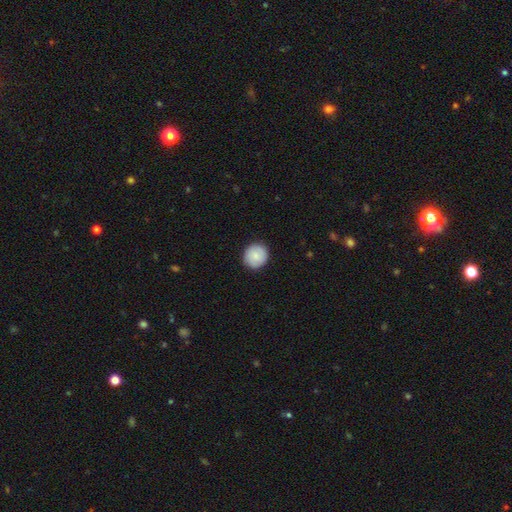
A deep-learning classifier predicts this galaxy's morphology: Smooth or featured? Predicted: smooth (p=0.85). How rounded? Predicted: round (p=0.90). Merging? Predicted: none (p=0.90).